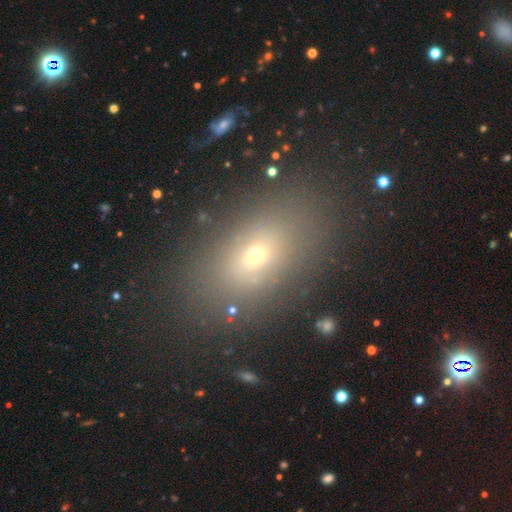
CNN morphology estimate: The model was most divided on "smooth or featured": smooth: 62%, star or artifact: 21%, featured or disk: 17%. More confident: merging — none (80%); how rounded — in between (79%).